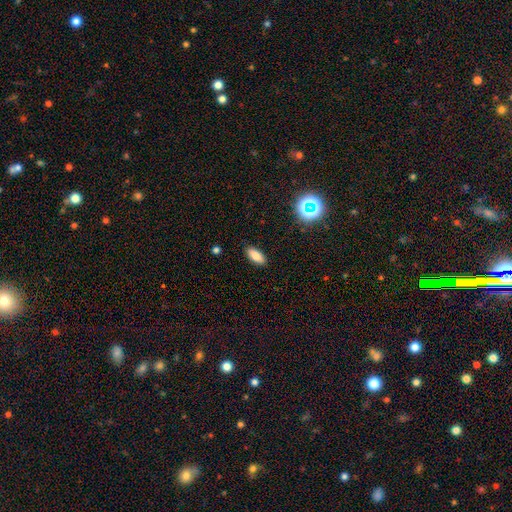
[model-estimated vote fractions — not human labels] A smooth galaxy with no disk features (83%) that is in between round and cigar-shaped (86%).

Vote fractions:
- Smooth or featured? smooth: 83% / star or artifact: 10% / featured or disk: 7%
- How rounded? in between: 86% / cigar-shaped: 11% / round: 3%
- Merging? none: 88% / minor disturbance: 8% / major disturbance: 2% / merger: 1%